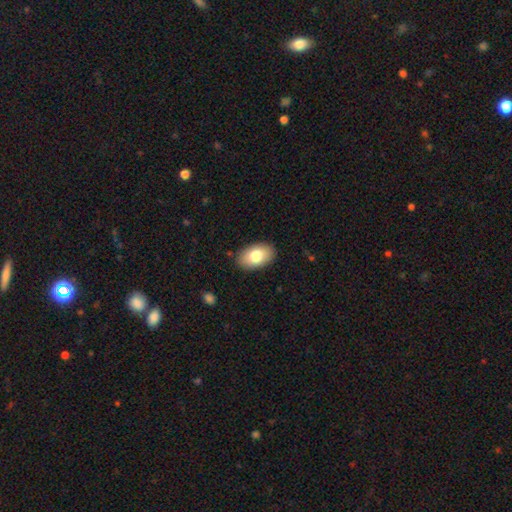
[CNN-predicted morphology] Q: Smooth or featured?
A: smooth (79%); runner-up: featured or disk (14%)
Q: How rounded?
A: in between (93%); runner-up: round (6%)
Q: Merging?
A: none (87%); runner-up: minor disturbance (9%)